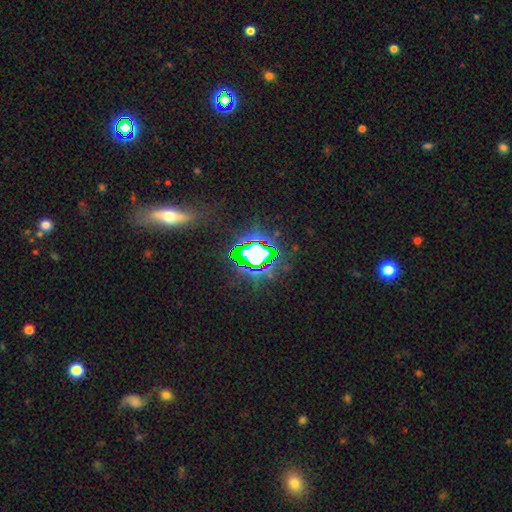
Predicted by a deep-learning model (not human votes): The model was most divided on "smooth or featured": star or artifact: 76%, smooth: 13%, featured or disk: 11%.